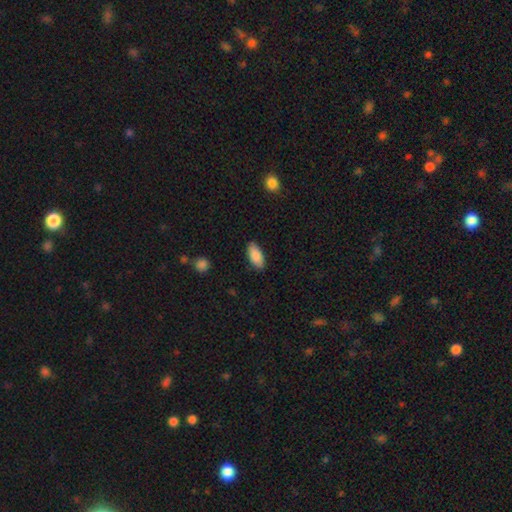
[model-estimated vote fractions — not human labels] Smooth or featured? Predicted: smooth (p=0.89). How rounded? Predicted: in between (p=0.88). Merging? Predicted: none (p=0.87).